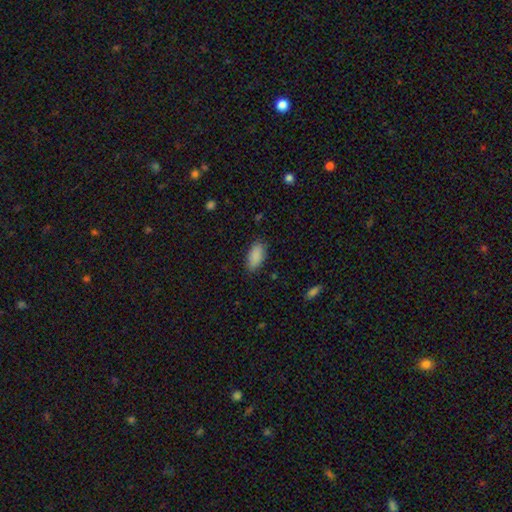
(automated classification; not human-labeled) Smooth or featured? smooth (89%)
How rounded? in between (92%)
Merging? none (84%)